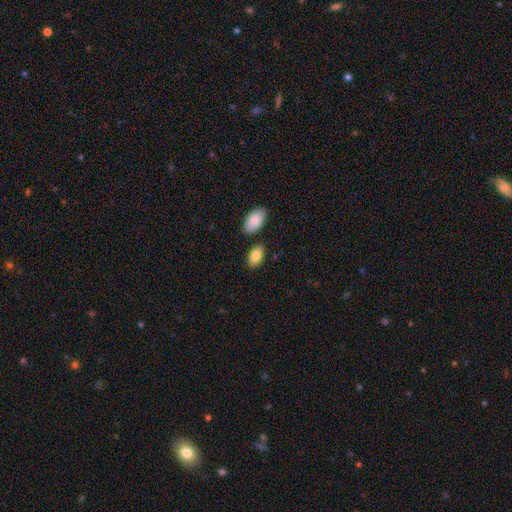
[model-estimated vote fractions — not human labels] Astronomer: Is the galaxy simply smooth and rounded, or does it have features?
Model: smooth — 86%.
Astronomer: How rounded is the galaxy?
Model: in between — 93%.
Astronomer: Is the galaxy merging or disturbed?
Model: none — 81%.